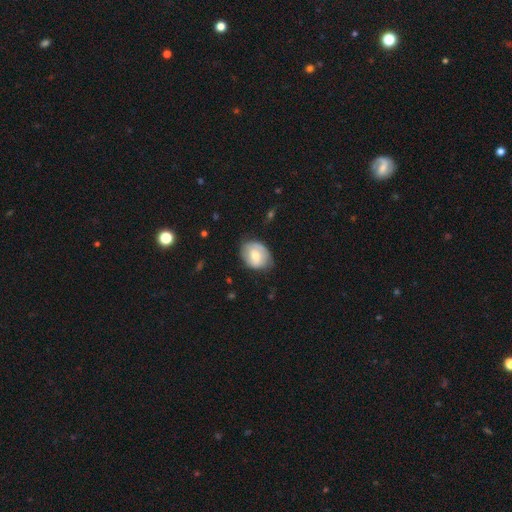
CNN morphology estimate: smooth_or_featured: smooth (p=0.59) [alt: featured or disk p=0.35]
how_rounded: in between (p=0.57) [alt: round p=0.42]
merging: none (p=0.69) [alt: minor disturbance p=0.24]